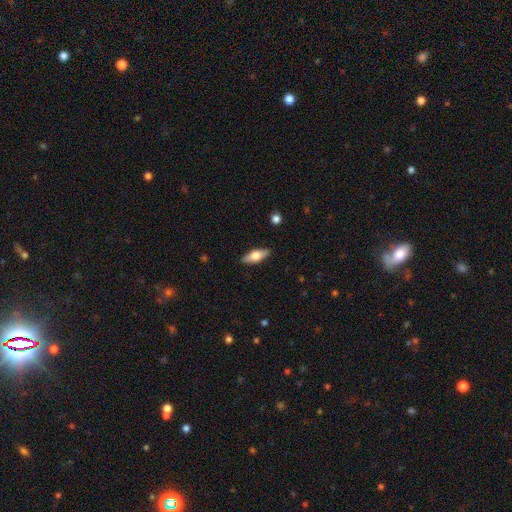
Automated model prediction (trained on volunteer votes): Smooth or featured? smooth (62%)
How rounded? in between (71%)
Merging? none (88%)